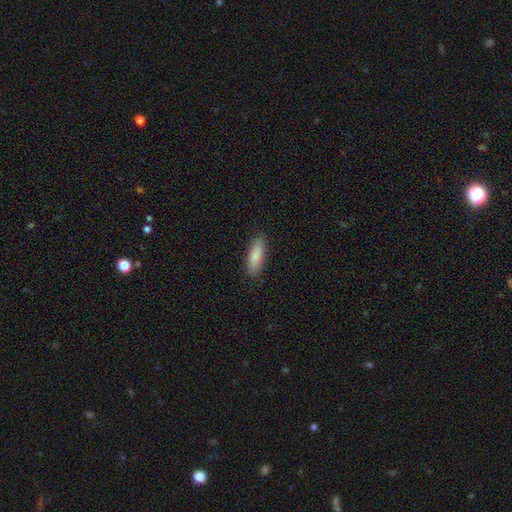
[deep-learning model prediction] smooth 86%, featured or disk 8%, star or artifact 6%. Down the decision tree: how rounded — in between (60%); merging — none (88%).